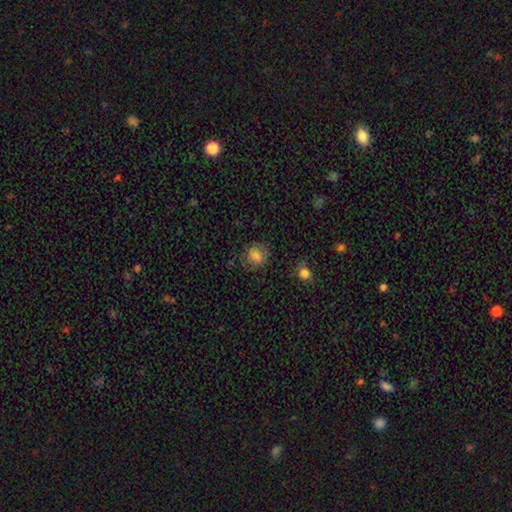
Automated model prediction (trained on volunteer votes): smooth_or_featured: smooth (p=0.79) [alt: featured or disk p=0.11]
how_rounded: round (p=0.76) [alt: in between p=0.23]
merging: none (p=0.77) [alt: minor disturbance p=0.16]